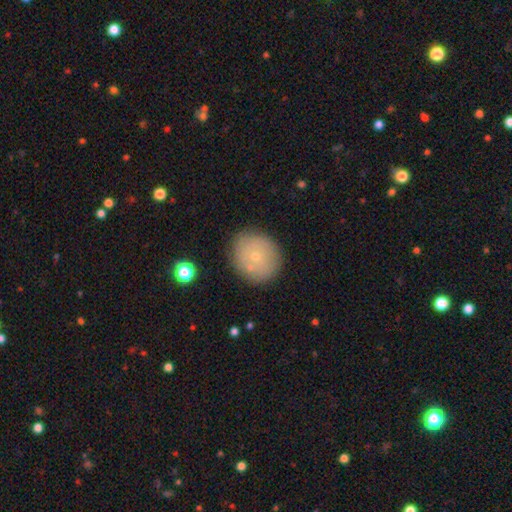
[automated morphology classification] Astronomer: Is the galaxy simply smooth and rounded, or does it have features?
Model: smooth — 62%.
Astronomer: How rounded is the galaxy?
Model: round — 85%.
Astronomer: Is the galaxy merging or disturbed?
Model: none — 80%.